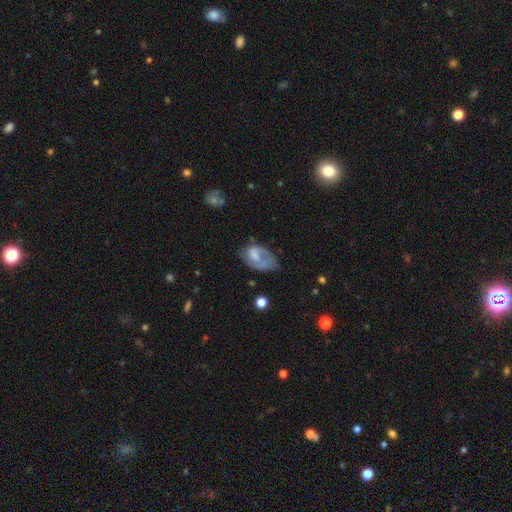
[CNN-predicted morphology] smooth-or-featured: smooth: 51% | featured or disk: 40% | star or artifact: 9%
  how-rounded: in between: 89% | round: 8% | cigar-shaped: 2%
  merging: major disturbance: 34% | minor disturbance: 31% | none: 30% | merger: 5%